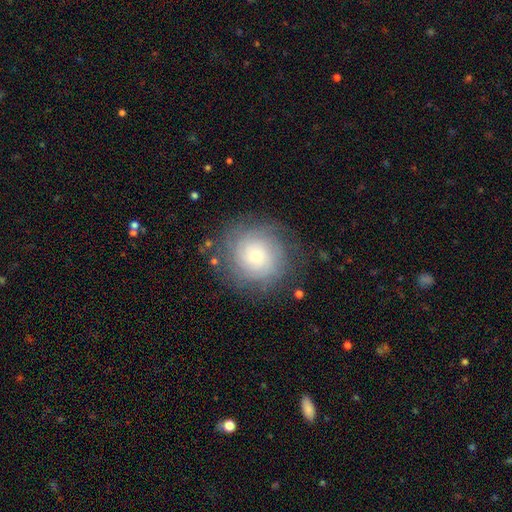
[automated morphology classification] Smooth or featured?
  - featured or disk: 49% *
  - smooth: 40%
  - star or artifact: 11%
Merging?
  - none: 79% *
  - minor disturbance: 13%
  - major disturbance: 7%
  - merger: 1%